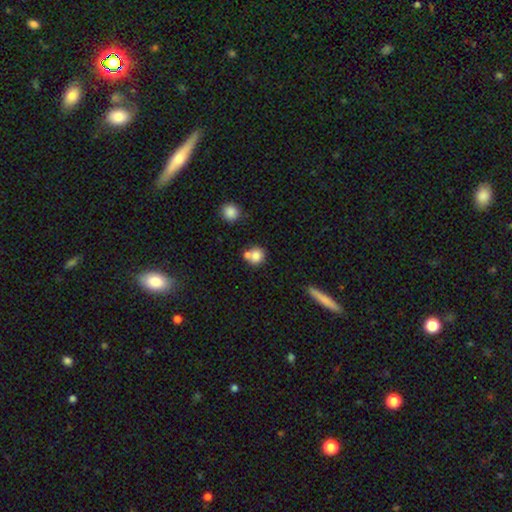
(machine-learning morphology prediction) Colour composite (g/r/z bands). It shows a smooth galaxy with no disk features (79%) that is round (85%). Merging: none (50%).